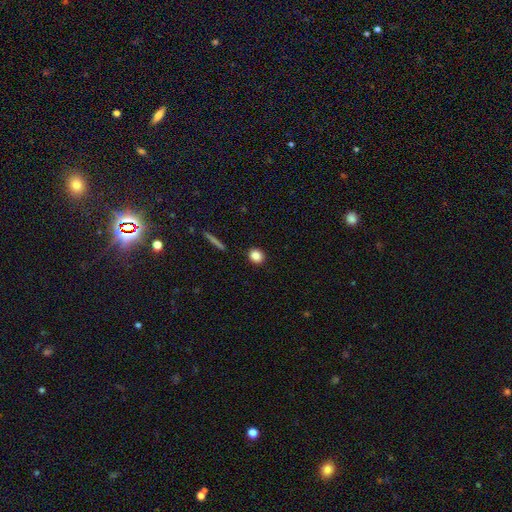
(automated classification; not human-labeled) Q: Smooth or featured?
A: smooth (85%); runner-up: star or artifact (9%)
Q: How rounded?
A: round (76%); runner-up: in between (22%)
Q: Merging?
A: none (91%); runner-up: minor disturbance (6%)